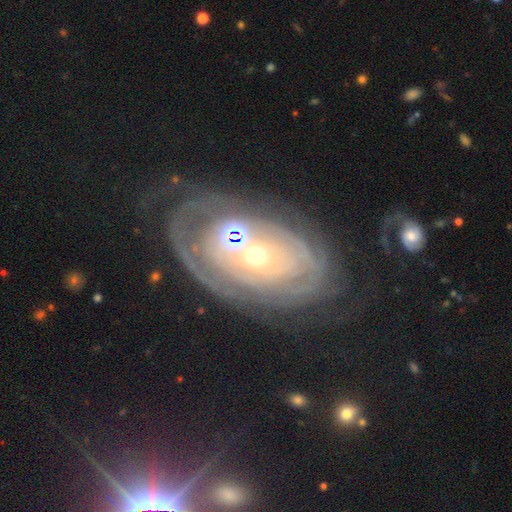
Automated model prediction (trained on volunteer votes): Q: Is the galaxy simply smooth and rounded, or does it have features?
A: featured or disk — 81%.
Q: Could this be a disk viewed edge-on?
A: no — 95%.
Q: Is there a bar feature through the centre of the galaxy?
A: no — 83%.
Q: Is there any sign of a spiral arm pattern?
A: yes — 76%.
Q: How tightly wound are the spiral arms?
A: tight — 76%.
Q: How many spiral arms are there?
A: can't tell — 48%.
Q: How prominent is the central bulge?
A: moderate — 52%.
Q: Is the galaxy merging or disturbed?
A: none — 55%.